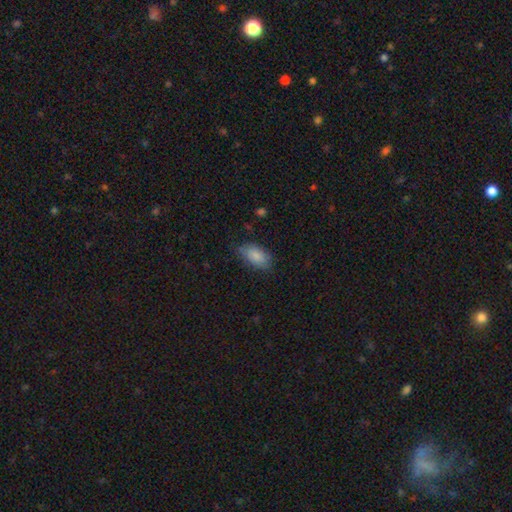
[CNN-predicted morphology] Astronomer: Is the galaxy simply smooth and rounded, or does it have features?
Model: smooth — 85%.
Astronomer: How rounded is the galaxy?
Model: in between — 93%.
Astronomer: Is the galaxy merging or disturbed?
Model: none — 71%.